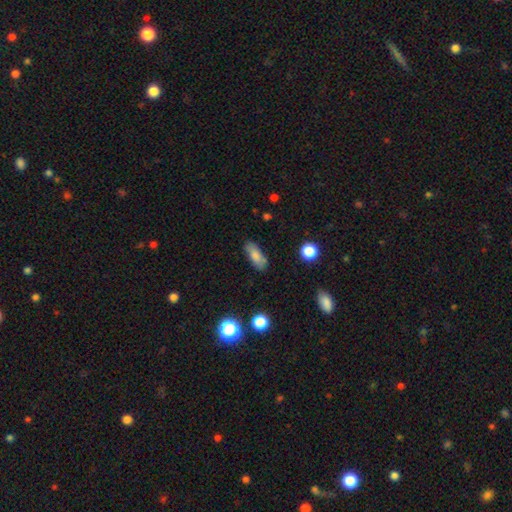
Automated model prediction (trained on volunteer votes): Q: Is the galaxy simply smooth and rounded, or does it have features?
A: smooth — 77%.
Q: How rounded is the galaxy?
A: in between — 75%.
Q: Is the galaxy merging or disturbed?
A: none — 78%.